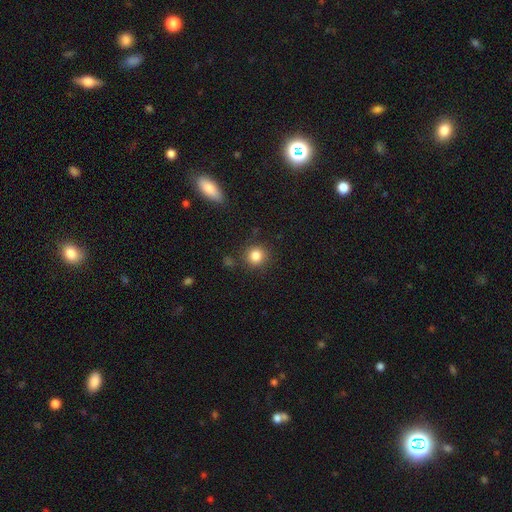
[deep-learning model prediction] A smooth galaxy with no disk features (84%) that is round (90%).

Vote fractions:
- Smooth or featured? smooth: 84% / star or artifact: 11% / featured or disk: 5%
- How rounded? round: 90% / in between: 9% / cigar-shaped: 1%
- Merging? none: 86% / minor disturbance: 8% / major disturbance: 3% / merger: 3%